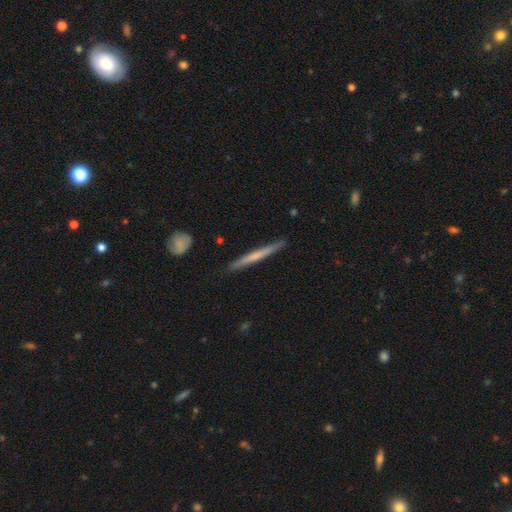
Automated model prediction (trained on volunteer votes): Smooth or featured? Predicted: featured or disk (p=0.49). Merging? Predicted: none (p=0.89).